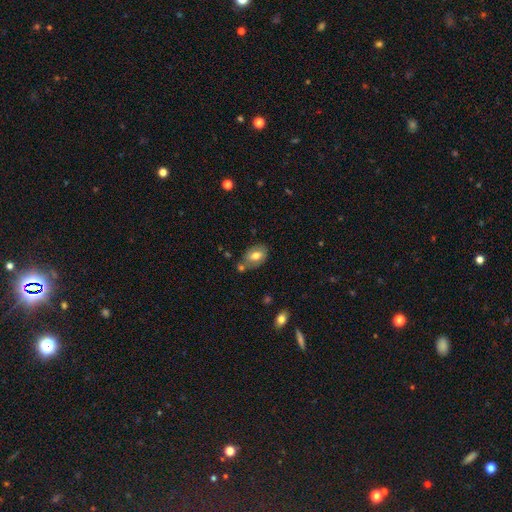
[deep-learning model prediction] smooth 69%, featured or disk 23%, star or artifact 8%. Down the decision tree: how rounded — in between (86%); merging — none (61%).